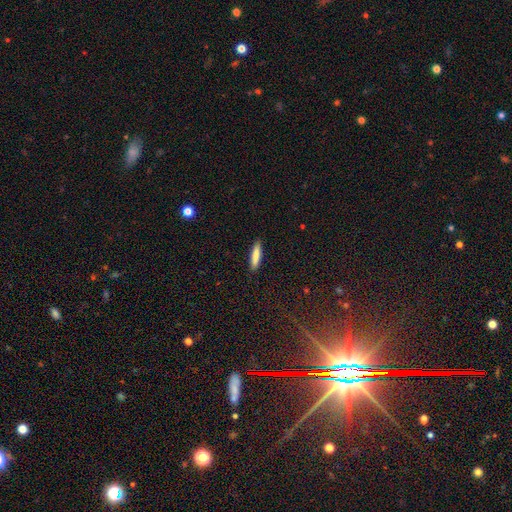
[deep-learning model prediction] A smooth galaxy with no disk features (81%) that is cigar-shaped (85%).

Vote fractions:
- Smooth or featured? smooth: 81% / featured or disk: 13% / star or artifact: 6%
- How rounded? cigar-shaped: 85% / in between: 14% / round: 1%
- Merging? none: 90% / minor disturbance: 7% / major disturbance: 2% / merger: 1%